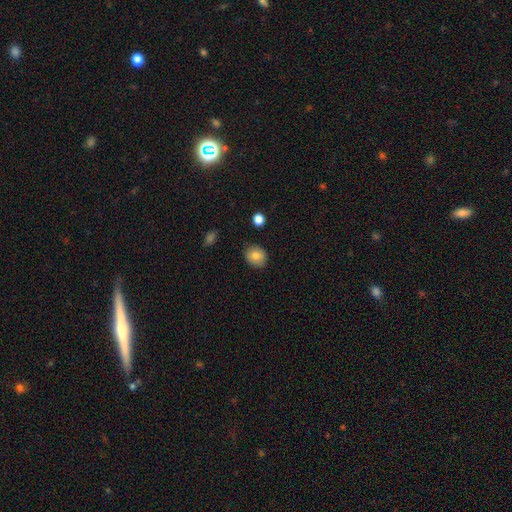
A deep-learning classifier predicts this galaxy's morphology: Smooth or featured? smooth (81%)
How rounded? round (68%)
Merging? none (86%)